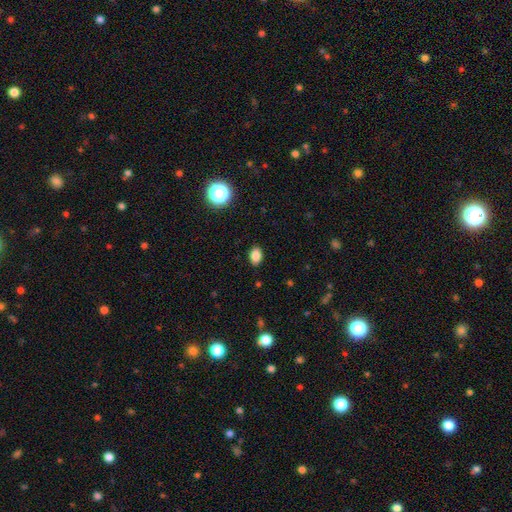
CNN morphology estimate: Smooth or featured: smooth — 84% (star or artifact — 11%)
How rounded: in between — 80% (round — 19%)
Merging: none — 88% (minor disturbance — 8%)